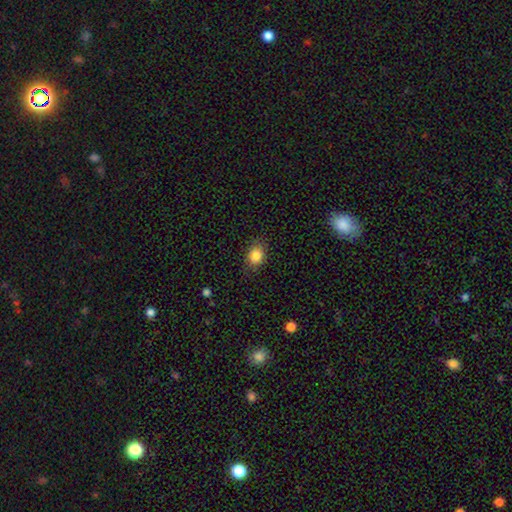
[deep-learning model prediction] Smooth or featured? smooth (84%)
How rounded? in between (52%)
Merging? none (83%)